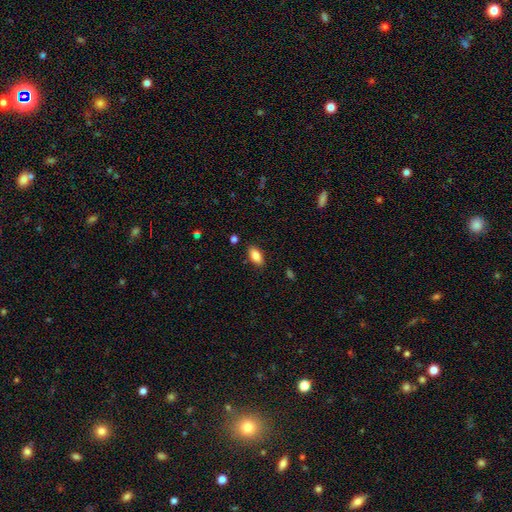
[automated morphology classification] A smooth galaxy with no disk features (85%) that is in between round and cigar-shaped (91%).

Vote fractions:
- Smooth or featured? smooth: 85% / star or artifact: 8% / featured or disk: 7%
- How rounded? in between: 91% / cigar-shaped: 6% / round: 3%
- Merging? none: 86% / minor disturbance: 10% / major disturbance: 2% / merger: 2%